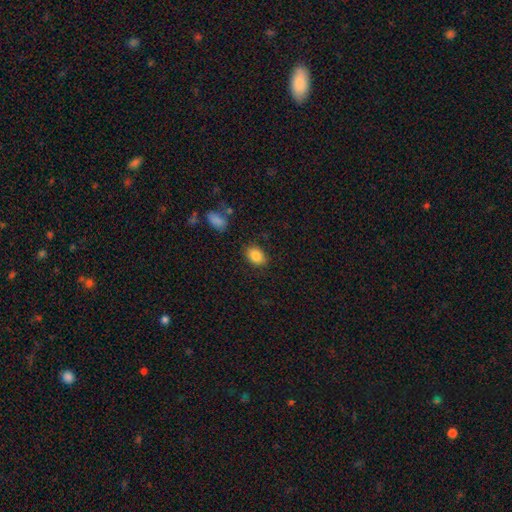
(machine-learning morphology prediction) Smooth or featured? smooth (86%)
How rounded? in between (75%)
Merging? none (82%)